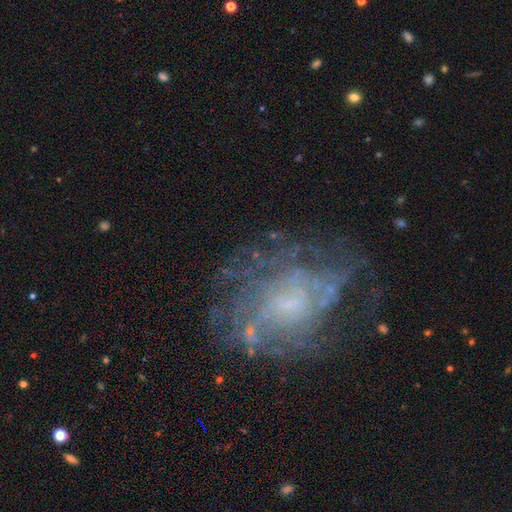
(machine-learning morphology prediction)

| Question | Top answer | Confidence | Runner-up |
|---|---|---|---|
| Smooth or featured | featured or disk | 69% | smooth (16%) |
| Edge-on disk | no | 97% | yes (3%) |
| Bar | no | 73% | weak (23%) |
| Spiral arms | yes | 66% | no (34%) |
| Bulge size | small | 49% | moderate (25%) |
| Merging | none | 65% | minor disturbance (18%) |